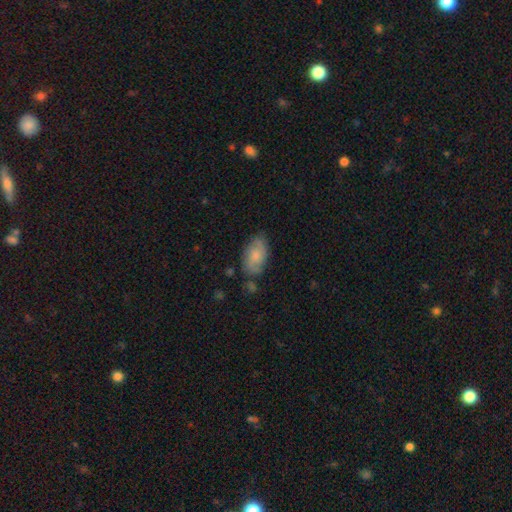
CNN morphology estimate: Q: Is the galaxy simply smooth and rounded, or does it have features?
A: smooth — 62%.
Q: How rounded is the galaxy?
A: in between — 92%.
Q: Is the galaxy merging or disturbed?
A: none — 70%.